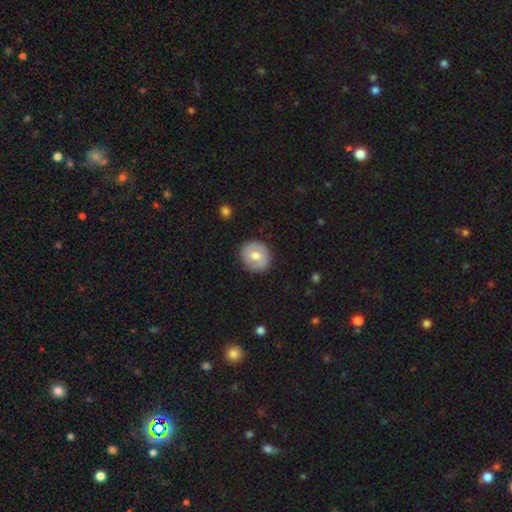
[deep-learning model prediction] Overall: smooth (59%; featured or disk 35%). How rounded: round (82%). Merging: none (85%).